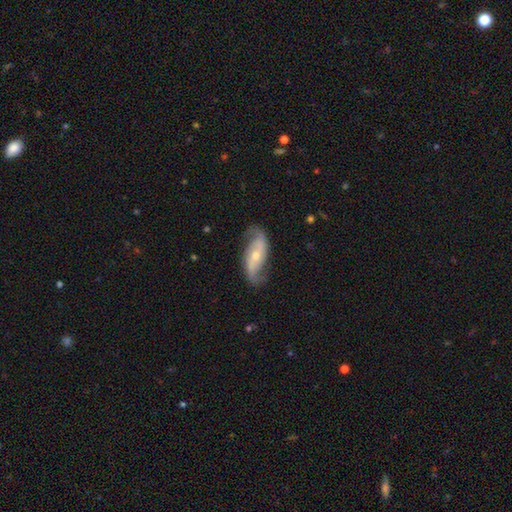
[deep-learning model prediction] Smooth or featured? featured or disk (83%)
Edge-on disk? no (93%)
Bar? no (46%)
Spiral arms? yes (94%)
Spiral winding? loose (57%)
Spiral arm count? 2 (91%)
Bulge size? small (55%)
Merging? none (75%)